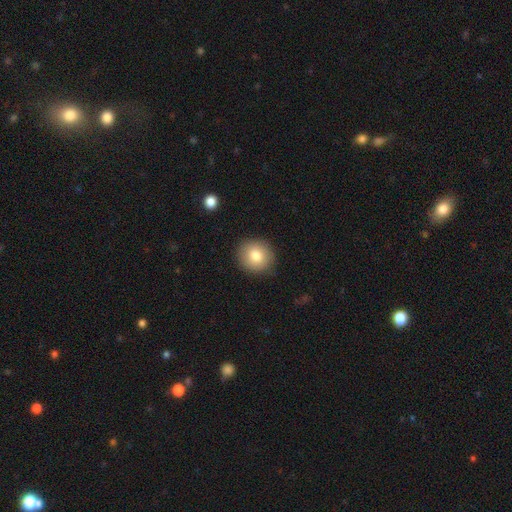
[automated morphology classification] smooth_or_featured: smooth (p=0.81) [alt: featured or disk p=0.10]
how_rounded: round (p=0.85) [alt: in between p=0.14]
merging: none (p=0.88) [alt: minor disturbance p=0.09]